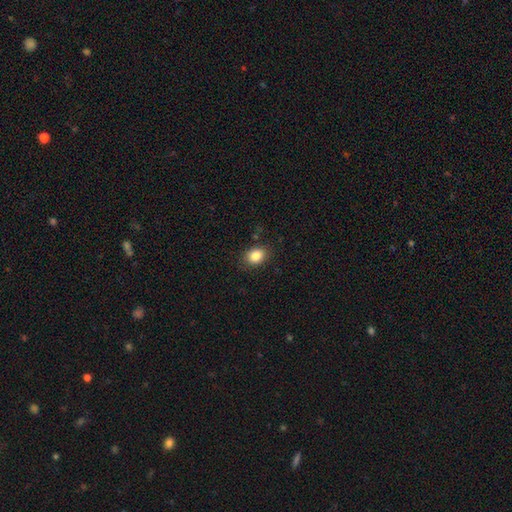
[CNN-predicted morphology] Smooth or featured? Predicted: smooth (p=0.85). How rounded? Predicted: in between (p=0.59). Merging? Predicted: none (p=0.85).